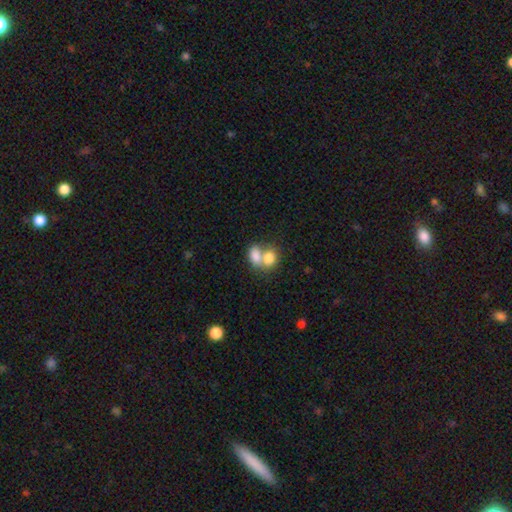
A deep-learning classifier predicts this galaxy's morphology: Smooth or featured? Predicted: smooth (p=0.79). How rounded? Predicted: in between (p=0.70). Merging? Predicted: merger (p=0.66).